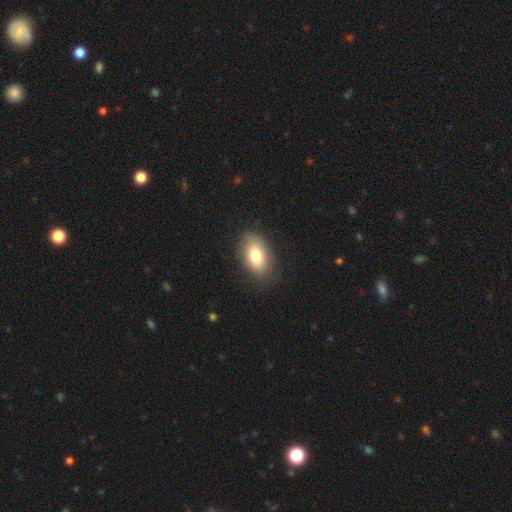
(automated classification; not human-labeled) A smooth galaxy with no disk features (79%) that is in between round and cigar-shaped (90%).

Vote fractions:
- Smooth or featured? smooth: 79% / featured or disk: 13% / star or artifact: 7%
- How rounded? in between: 90% / round: 8% / cigar-shaped: 2%
- Merging? none: 83% / minor disturbance: 12% / major disturbance: 3% / merger: 1%